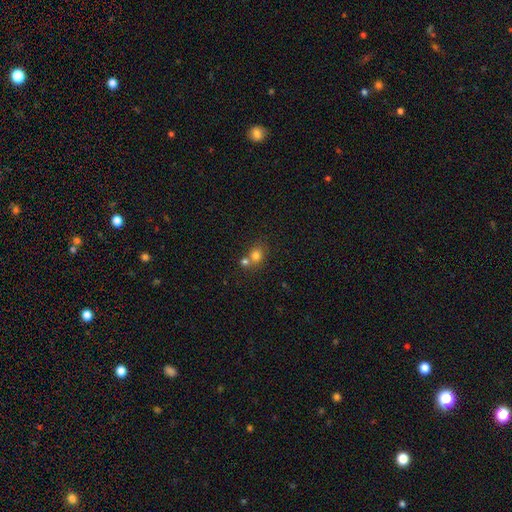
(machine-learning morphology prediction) Smooth or featured: smooth — 77% (star or artifact — 13%)
How rounded: round — 76% (in between — 24%)
Merging: merger — 47% (none — 43%)